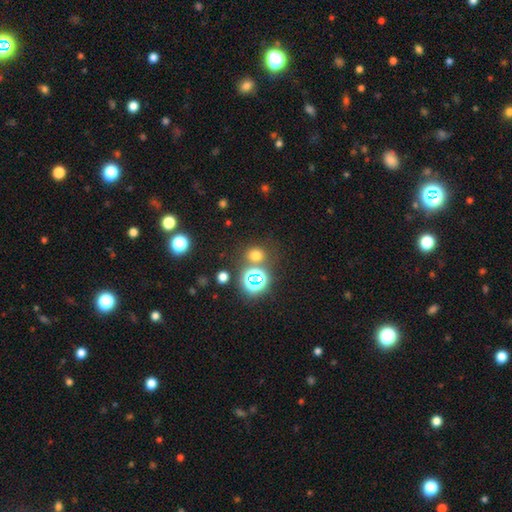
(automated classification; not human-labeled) The model was most divided on "smooth or featured": smooth: 63%, star or artifact: 31%, featured or disk: 7%. More confident: how rounded — round (77%); merging — none (72%).